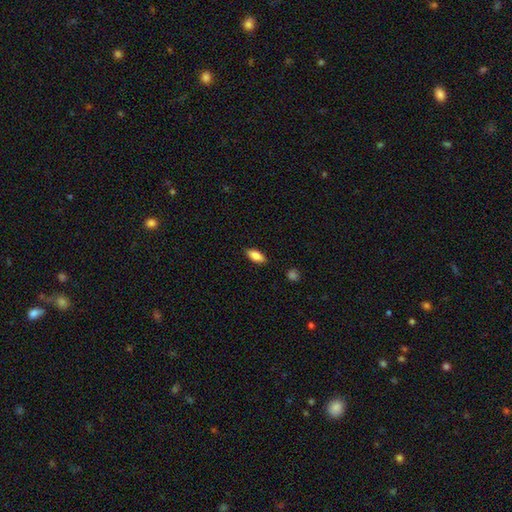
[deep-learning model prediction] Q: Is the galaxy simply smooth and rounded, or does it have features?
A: smooth — 83%.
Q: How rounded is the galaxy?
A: in between — 84%.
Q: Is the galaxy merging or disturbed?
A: none — 88%.